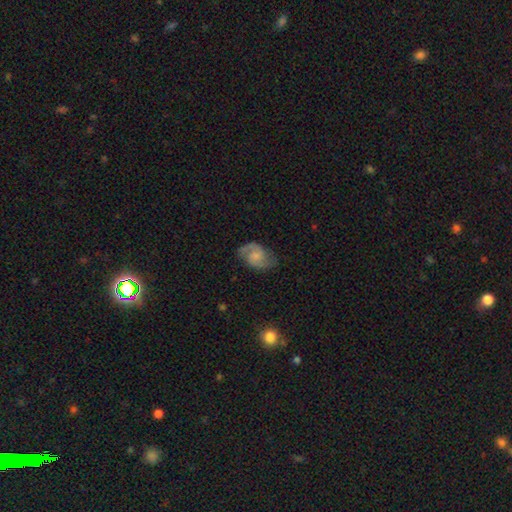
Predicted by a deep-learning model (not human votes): This appears to be a featured or disk galaxy (72%) with no bar (61%), 2 (87%) medium (50%) spiral arms (94%) and a small central bulge (41%). Merging: none (70%).